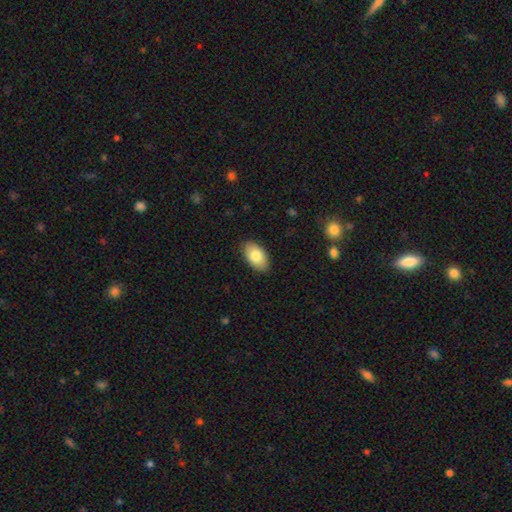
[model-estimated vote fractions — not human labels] Smooth or featured? smooth (82%)
How rounded? in between (94%)
Merging? none (87%)